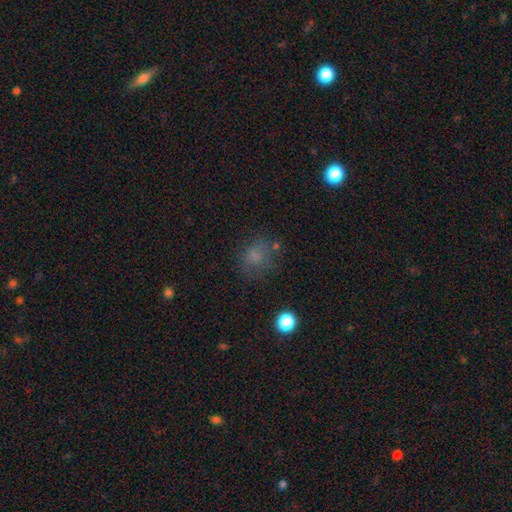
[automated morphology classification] smooth_or_featured: smooth (p=0.71) [alt: star or artifact p=0.17]
how_rounded: round (p=0.65) [alt: in between p=0.34]
merging: none (p=0.63) [alt: minor disturbance p=0.20]